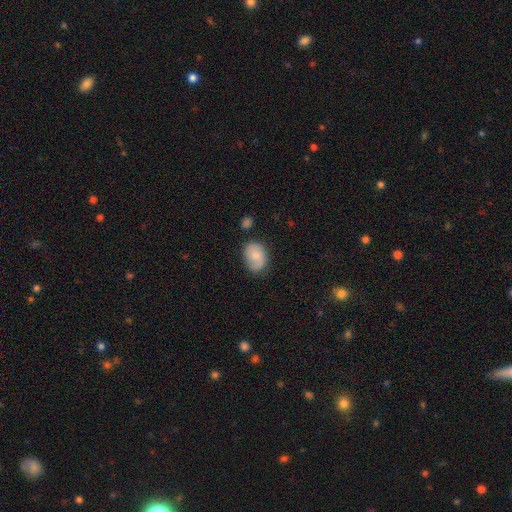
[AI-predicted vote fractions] Overall: smooth (70%). How rounded: in between (70%). Merging: none (64%; minor disturbance 26%).